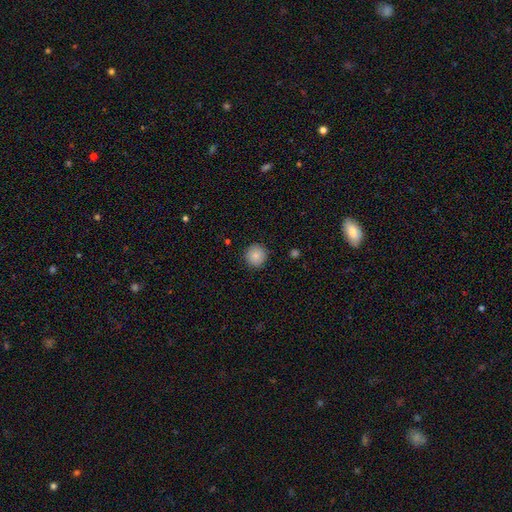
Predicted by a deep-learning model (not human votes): Smooth or featured?
  - smooth: 87% *
  - star or artifact: 8%
  - featured or disk: 5%
How rounded?
  - round: 94% *
  - in between: 5%
  - cigar-shaped: 1%
Merging?
  - none: 90% *
  - minor disturbance: 7%
  - major disturbance: 2%
  - merger: 1%